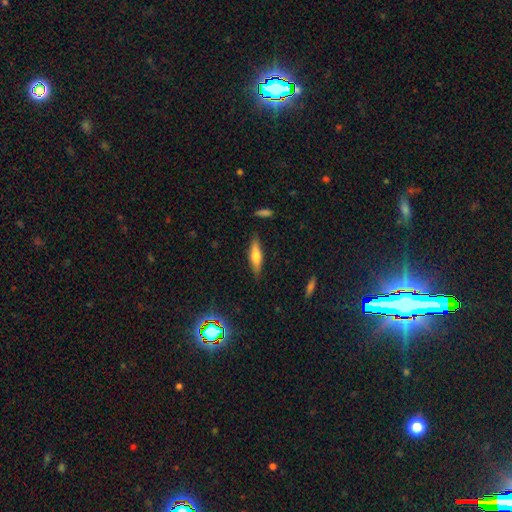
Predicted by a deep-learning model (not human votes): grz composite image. It shows a smooth galaxy with no disk features (58%) that is cigar-shaped (66%). Merging: none (85%).